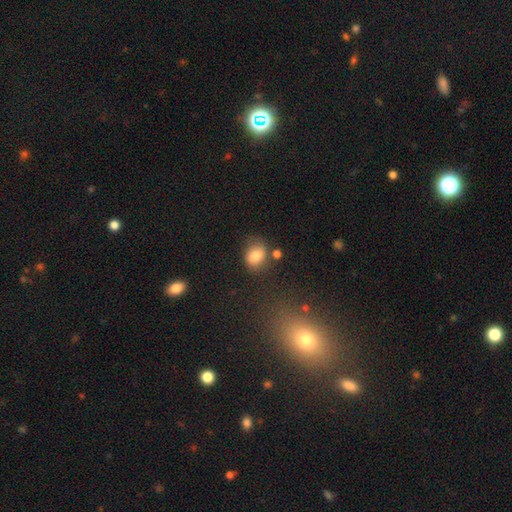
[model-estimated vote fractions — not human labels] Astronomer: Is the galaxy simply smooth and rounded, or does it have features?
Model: smooth — 77%.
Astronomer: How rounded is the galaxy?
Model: in between — 54% (runner-up: round, 45%).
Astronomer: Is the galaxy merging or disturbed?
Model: none — 64%.